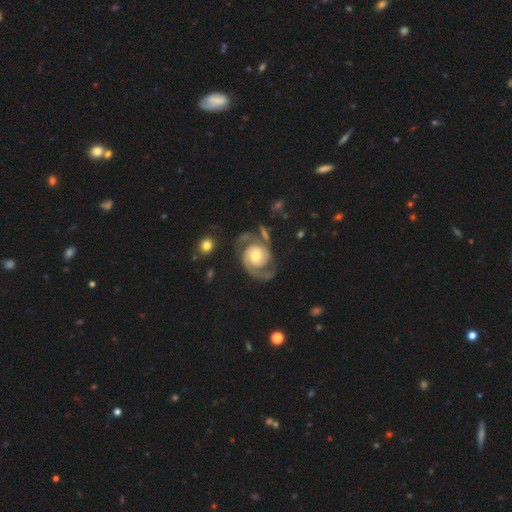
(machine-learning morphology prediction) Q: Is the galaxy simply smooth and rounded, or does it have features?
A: featured or disk — 90%.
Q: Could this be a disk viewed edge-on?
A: no — 98%.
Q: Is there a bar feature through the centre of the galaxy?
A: no — 63%.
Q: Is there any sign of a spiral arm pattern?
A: yes — 98%.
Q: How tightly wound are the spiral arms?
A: medium — 46%.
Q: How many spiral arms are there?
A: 2 — 91%.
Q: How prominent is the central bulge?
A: moderate — 62%.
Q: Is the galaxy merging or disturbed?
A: none — 68%.